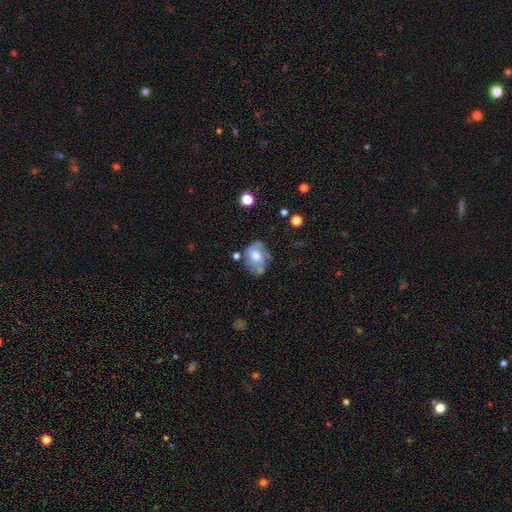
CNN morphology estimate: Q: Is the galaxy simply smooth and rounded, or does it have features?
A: featured or disk — 50%.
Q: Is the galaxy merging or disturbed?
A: none — 46%.